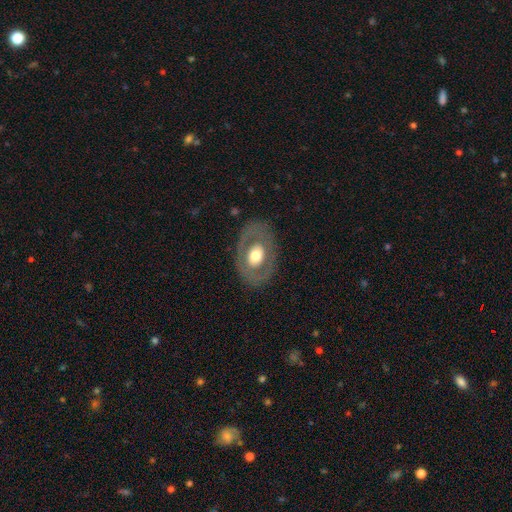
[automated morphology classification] smooth-or-featured: featured or disk: 49% | smooth: 45% | star or artifact: 6%
  merging: none: 80% | minor disturbance: 12% | major disturbance: 7% | merger: 1%